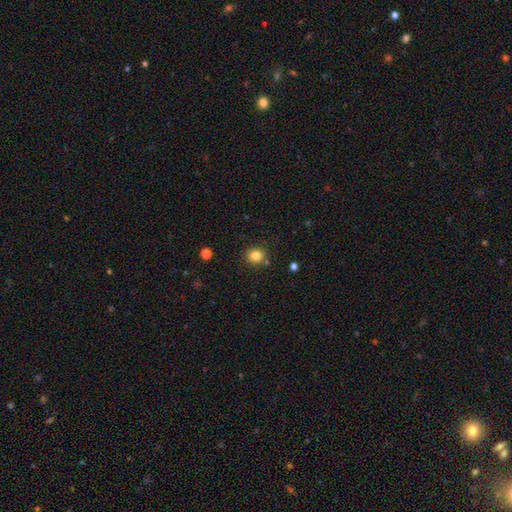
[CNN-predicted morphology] Smooth or featured? Predicted: smooth (p=0.83). How rounded? Predicted: round (p=0.83). Merging? Predicted: none (p=0.85).